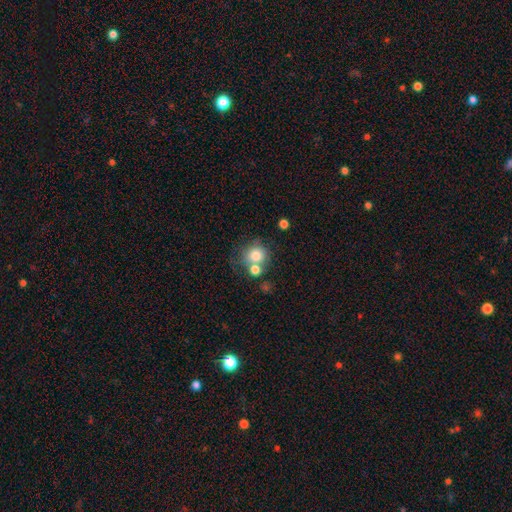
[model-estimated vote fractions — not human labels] smooth_or_featured: smooth (p=0.78) [alt: featured or disk p=0.11]
how_rounded: round (p=0.86) [alt: in between p=0.13]
merging: none (p=0.53) [alt: merger p=0.29]